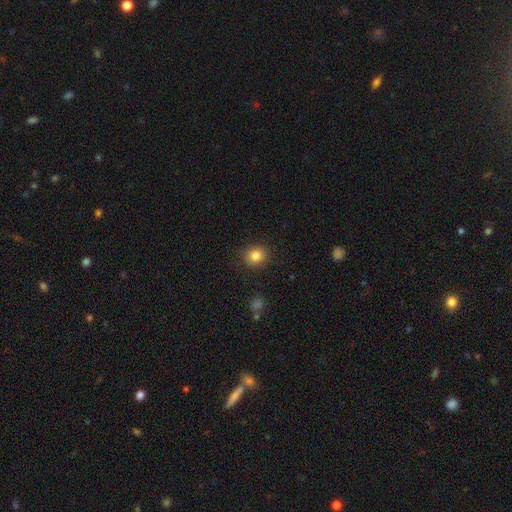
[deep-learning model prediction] Smooth or featured?
  - smooth: 84% *
  - star or artifact: 11%
  - featured or disk: 6%
How rounded?
  - round: 83% *
  - in between: 16%
  - cigar-shaped: 1%
Merging?
  - none: 88% *
  - minor disturbance: 8%
  - major disturbance: 2%
  - merger: 1%